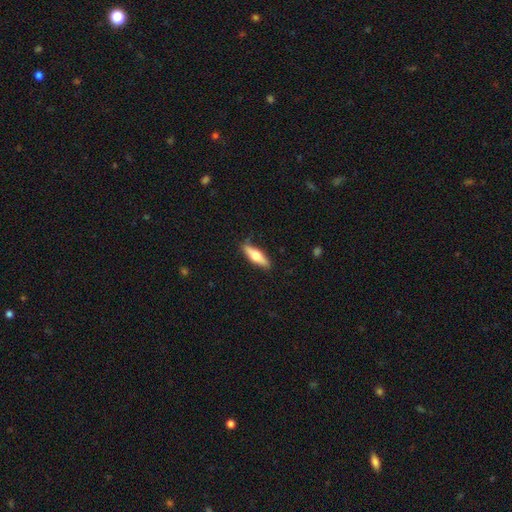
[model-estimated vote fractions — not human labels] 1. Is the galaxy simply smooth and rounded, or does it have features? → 49% smooth, 46% featured or disk, 5% star or artifact.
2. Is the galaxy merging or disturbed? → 85% none, 11% minor disturbance, 2% major disturbance, 1% merger.